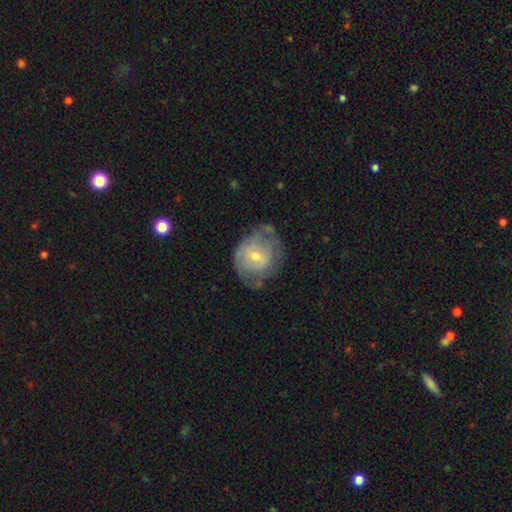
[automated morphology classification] The model was most divided on "bar": weak: 48%, no: 41%, strong: 10%. Remaining: edge-on disk — no (97%); spiral arms — yes (65%); smooth or featured — featured or disk (59%); bulge size — small (53%); merging — none (48%).